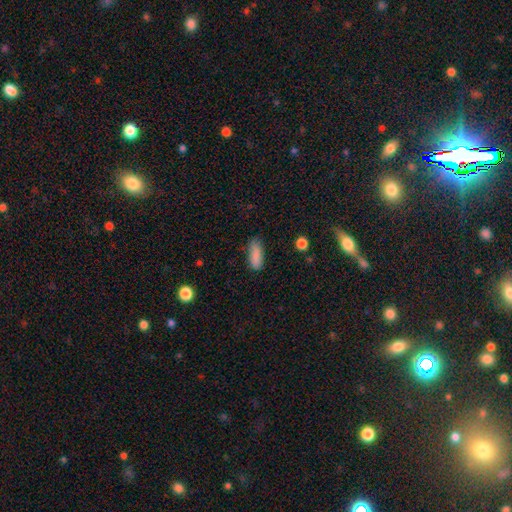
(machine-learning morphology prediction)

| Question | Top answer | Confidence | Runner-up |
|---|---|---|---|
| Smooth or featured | smooth | 87% | star or artifact (8%) |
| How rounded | in between | 69% | cigar-shaped (29%) |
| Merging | none | 75% | minor disturbance (19%) |